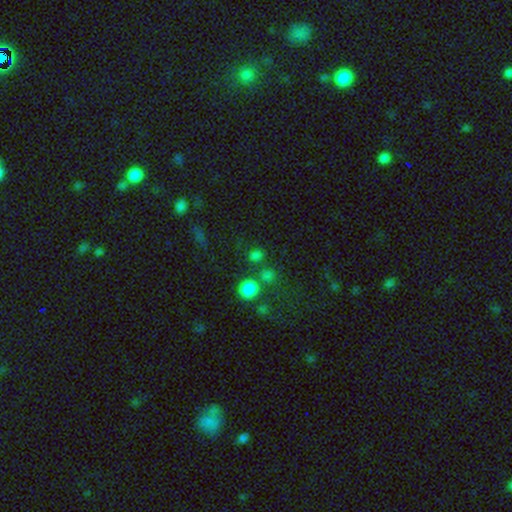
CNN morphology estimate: The model was most divided on "smooth or featured": smooth: 72%, star or artifact: 22%, featured or disk: 6%. More confident: how rounded — round (74%); merging — none (71%).